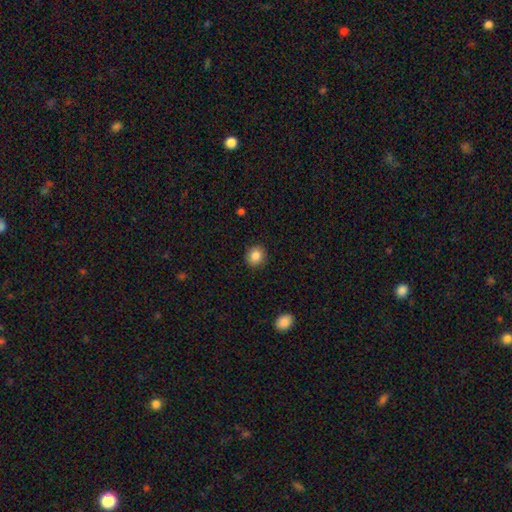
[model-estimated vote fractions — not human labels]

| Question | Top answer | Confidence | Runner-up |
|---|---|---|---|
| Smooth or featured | smooth | 85% | star or artifact (9%) |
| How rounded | round | 82% | in between (17%) |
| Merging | none | 90% | minor disturbance (7%) |